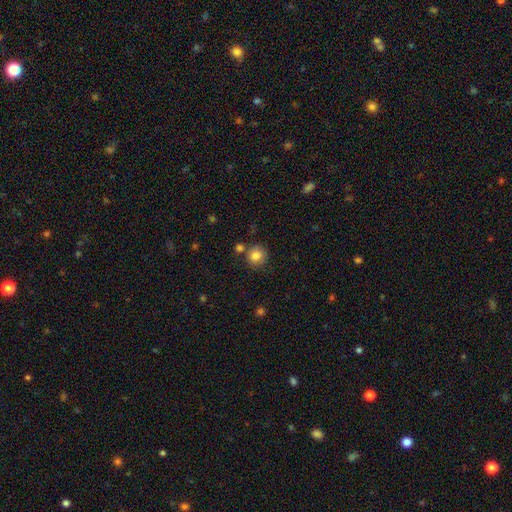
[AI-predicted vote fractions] smooth 84%, star or artifact 10%, featured or disk 6%. Down the decision tree: how rounded — round (90%); merging — none (75%).